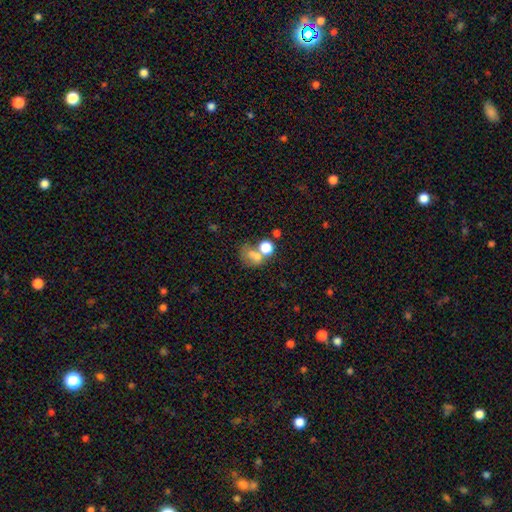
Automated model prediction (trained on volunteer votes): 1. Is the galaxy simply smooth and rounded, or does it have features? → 65% smooth, 18% star or artifact, 17% featured or disk.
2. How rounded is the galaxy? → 49% round (tied), 49% in between (tied), 1% cigar-shaped.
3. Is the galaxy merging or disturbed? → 45% merger, 30% none, 14% major disturbance, 11% minor disturbance.